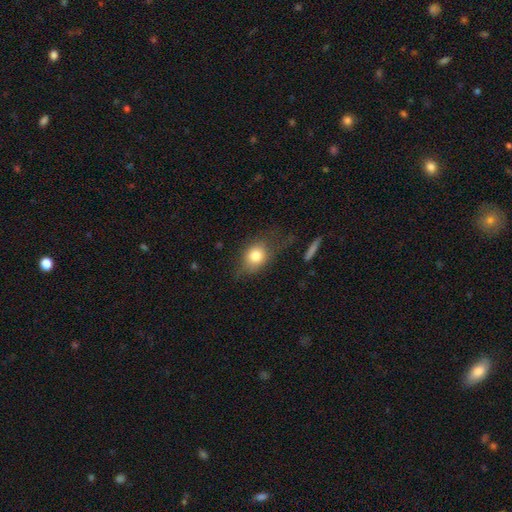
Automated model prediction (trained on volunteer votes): The model was most divided on "how rounded": in between: 55%, round: 43%, cigar-shaped: 2%. More confident: smooth or featured — smooth (78%); merging — none (57%).